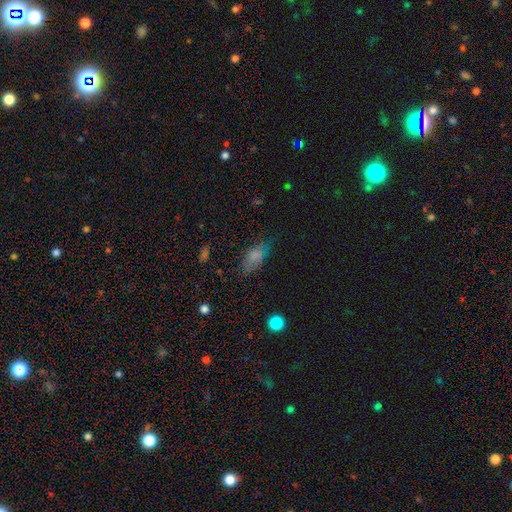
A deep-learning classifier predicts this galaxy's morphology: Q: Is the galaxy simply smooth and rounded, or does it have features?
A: smooth — 72%.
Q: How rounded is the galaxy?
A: in between — 84%.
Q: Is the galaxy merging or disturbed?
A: none — 65%.